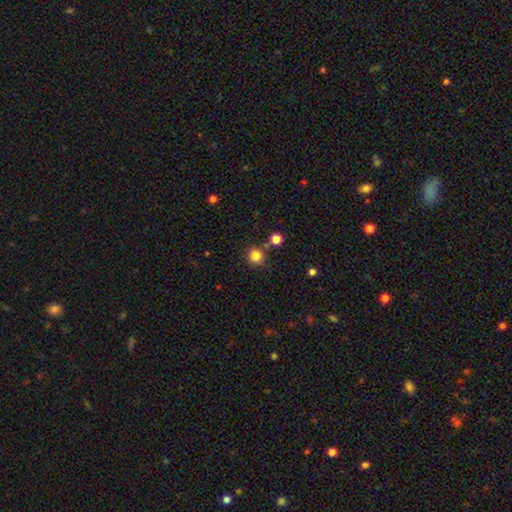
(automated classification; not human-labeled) The model was most divided on "smooth or featured": smooth: 83%, star or artifact: 12%, featured or disk: 5%. More confident: how rounded — round (94%); merging — none (82%).